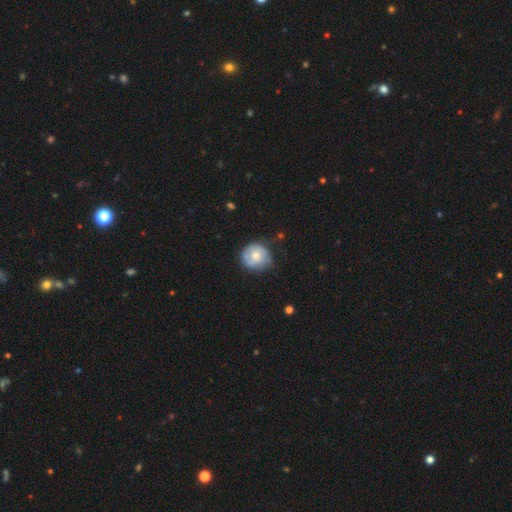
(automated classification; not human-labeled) smooth 51%, featured or disk 43%, star or artifact 7%. Down the decision tree: how rounded — round (86%); merging — none (62%).